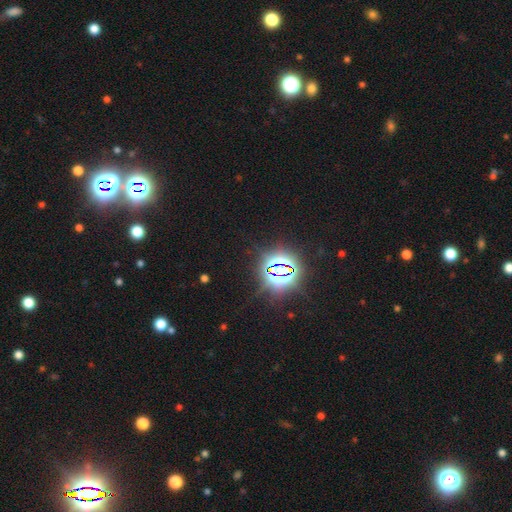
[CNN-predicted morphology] Smooth or featured? star or artifact (76%)